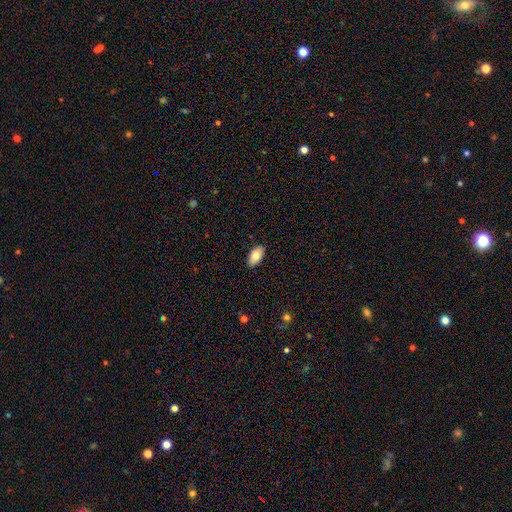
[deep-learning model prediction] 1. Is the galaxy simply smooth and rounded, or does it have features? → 80% smooth, 13% featured or disk, 7% star or artifact.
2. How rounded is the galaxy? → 94% in between, 3% cigar-shaped, 3% round.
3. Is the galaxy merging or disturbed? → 89% none, 8% minor disturbance, 2% major disturbance, 1% merger.